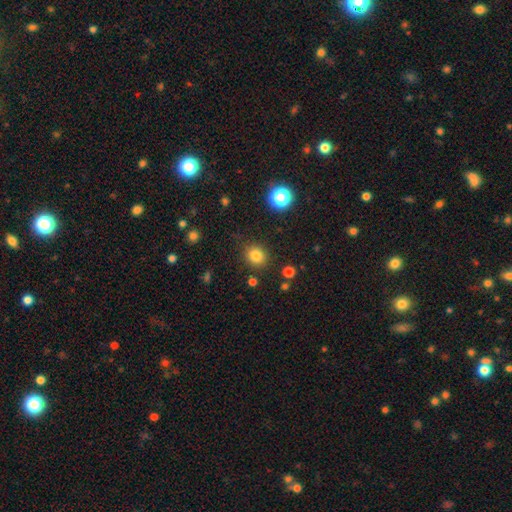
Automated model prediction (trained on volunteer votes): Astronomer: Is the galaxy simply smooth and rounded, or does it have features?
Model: smooth — 81%.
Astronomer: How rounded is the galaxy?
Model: round — 77%.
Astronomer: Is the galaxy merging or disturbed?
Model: none — 85%.